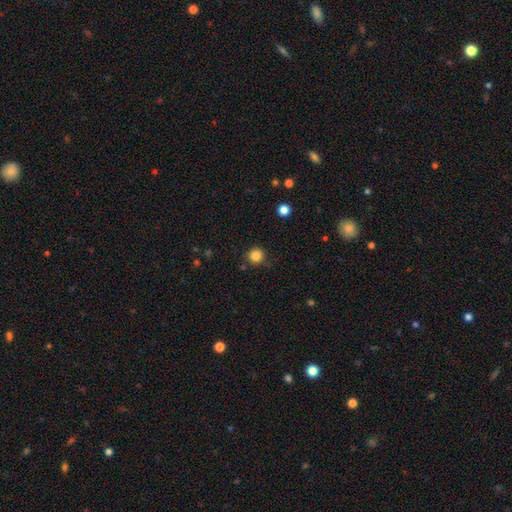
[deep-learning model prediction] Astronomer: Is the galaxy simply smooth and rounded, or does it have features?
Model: smooth — 84%.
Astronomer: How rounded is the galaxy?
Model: round — 91%.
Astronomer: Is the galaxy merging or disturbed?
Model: none — 82%.